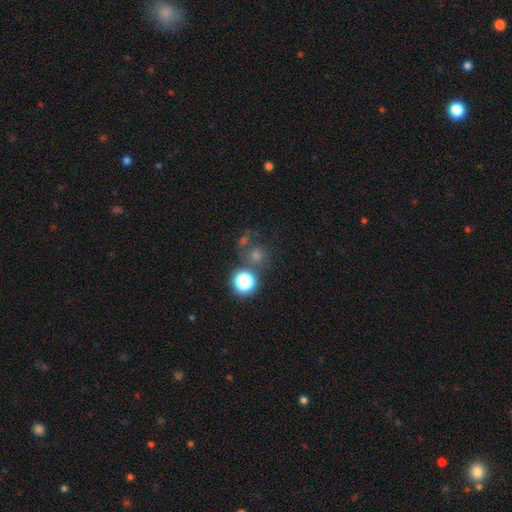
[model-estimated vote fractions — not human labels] Smooth or featured?
  - smooth: 46% *
  - star or artifact: 41%
  - featured or disk: 14%
Merging?
  - none: 62% *
  - merger: 19%
  - minor disturbance: 10%
  - major disturbance: 9%